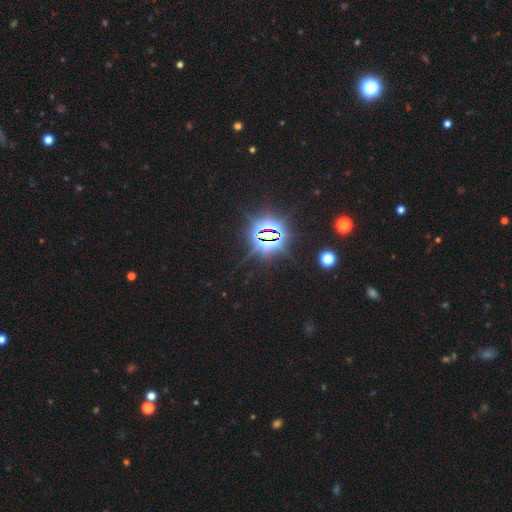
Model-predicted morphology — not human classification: Smooth or featured? star or artifact (83%)